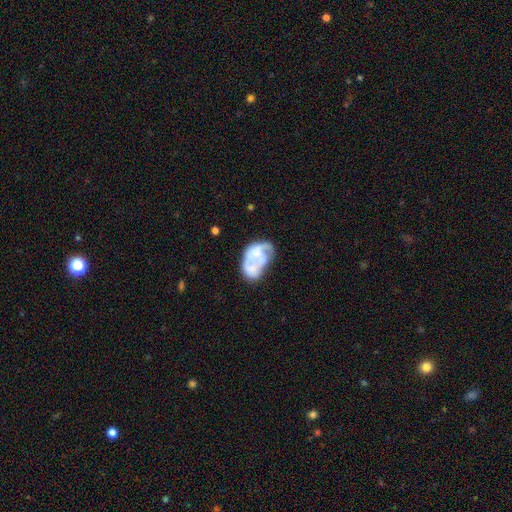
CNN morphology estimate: Smooth or featured?
  - featured or disk: 50% *
  - smooth: 42%
  - star or artifact: 8%
Edge-on disk?
  - no: 98% *
  - yes: 2%
Merging?
  - major disturbance: 29% *
  - none: 27%
  - minor disturbance: 25%
  - merger: 18%